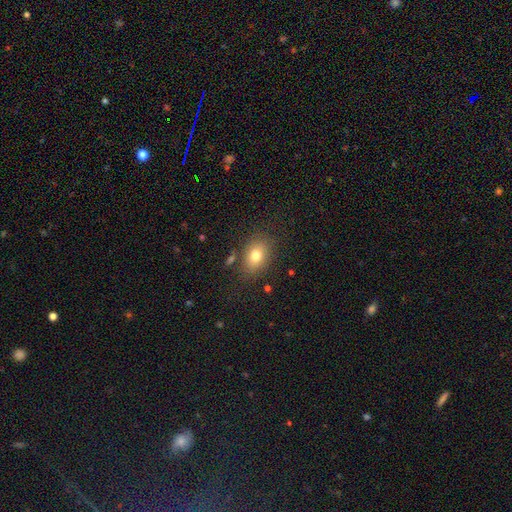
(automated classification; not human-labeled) Q: Smooth or featured?
A: smooth (77%); runner-up: featured or disk (12%)
Q: How rounded?
A: in between (73%); runner-up: round (26%)
Q: Merging?
A: none (80%); runner-up: minor disturbance (12%)